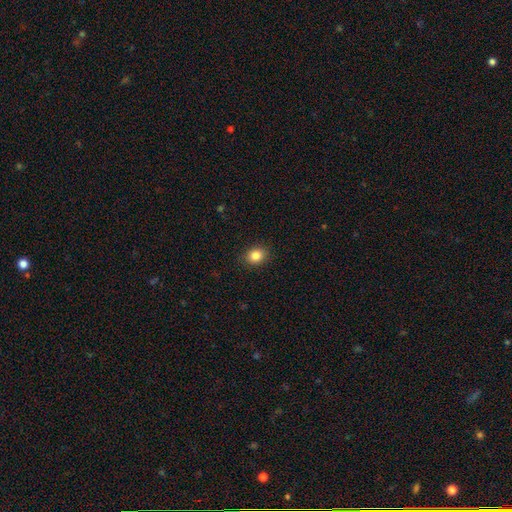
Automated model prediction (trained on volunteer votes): Smooth or featured?
  - smooth: 85% *
  - star or artifact: 10%
  - featured or disk: 5%
How rounded?
  - round: 58% *
  - in between: 41%
  - cigar-shaped: 1%
Merging?
  - none: 89% *
  - minor disturbance: 8%
  - major disturbance: 2%
  - merger: 1%